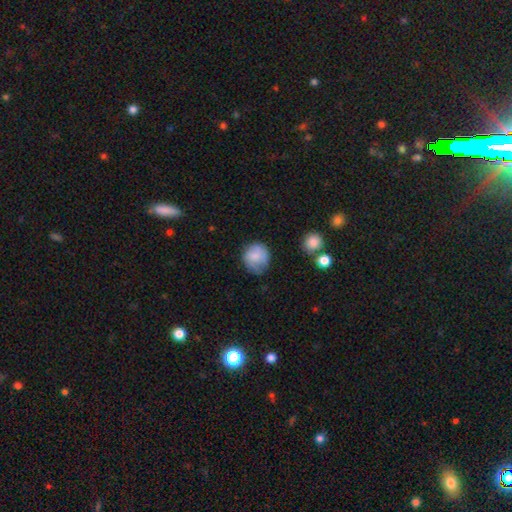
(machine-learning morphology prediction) This appears to be a smooth galaxy with no disk features (81%) that is round (85%). Merging: none (66%).